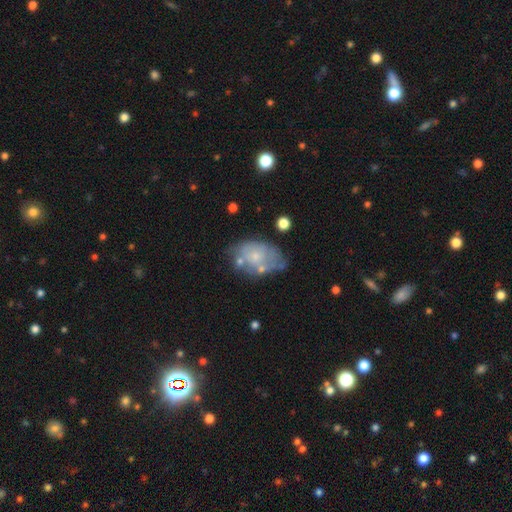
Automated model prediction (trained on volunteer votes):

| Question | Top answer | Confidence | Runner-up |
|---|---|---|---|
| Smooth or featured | featured or disk | 52% | smooth (40%) |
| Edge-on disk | no | 96% | yes (4%) |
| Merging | none | 45% | minor disturbance (28%) |